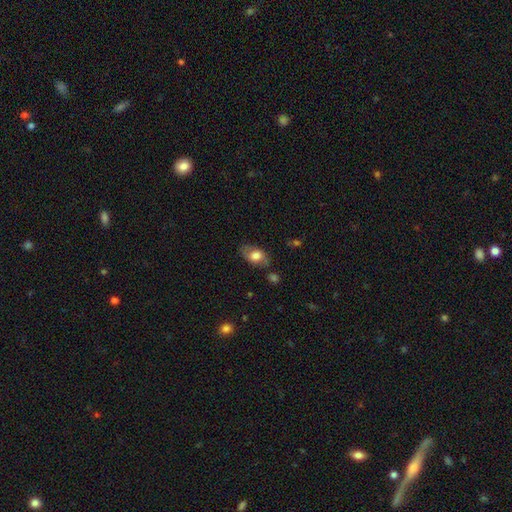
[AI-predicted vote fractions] Morphology: type=smooth (61%); roundness=in between (86%); merging=none (71%).